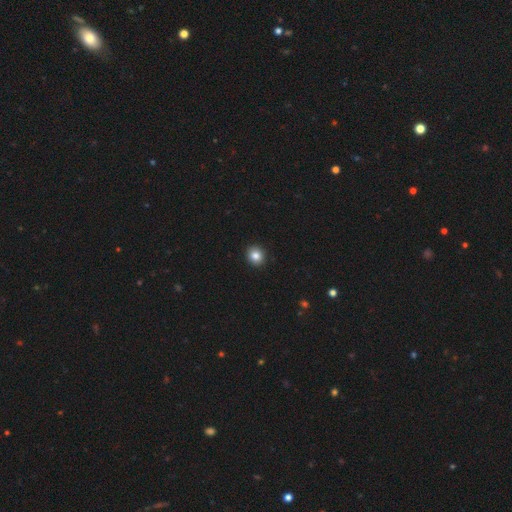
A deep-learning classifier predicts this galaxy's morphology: This is clearly a smooth galaxy (84%). How rounded: clearly round (82%). Merging: clearly none (92%).